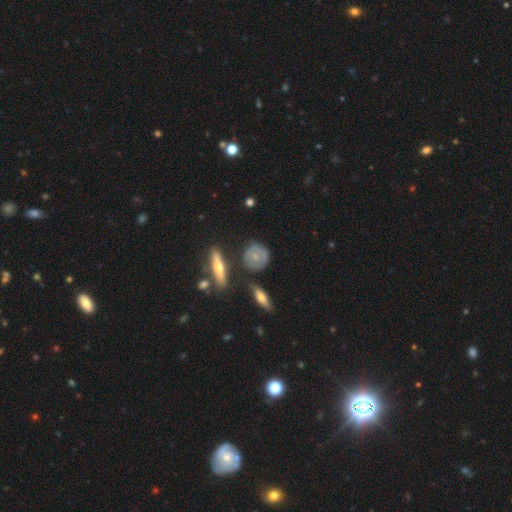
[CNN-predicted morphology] This is possibly a smooth galaxy (56%). How rounded: likely round (76%). Merging: likely none (66%).